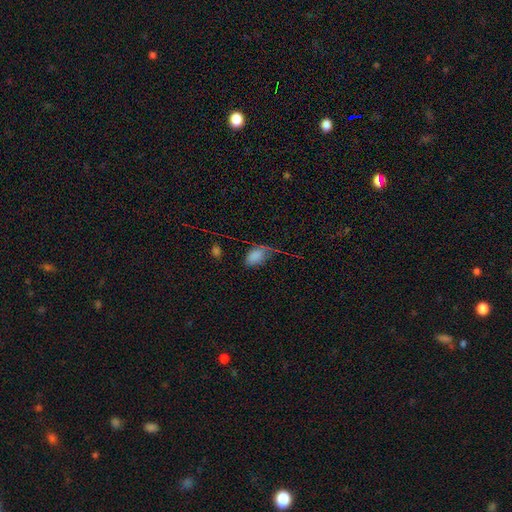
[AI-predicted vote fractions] Smooth or featured: smooth — 75% (star or artifact — 16%)
How rounded: in between — 90% (round — 8%)
Merging: none — 40% (minor disturbance — 30%)